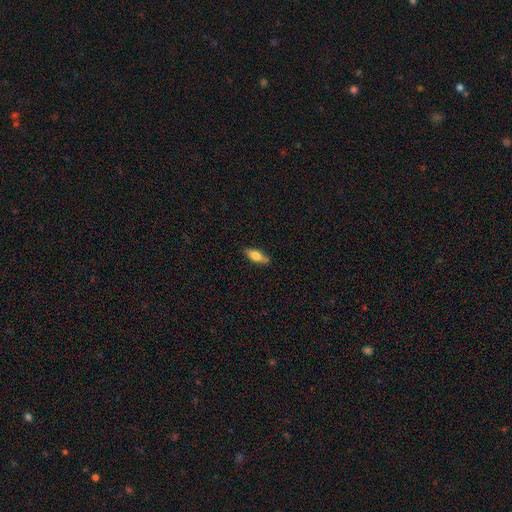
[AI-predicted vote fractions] This is likely a smooth galaxy (70%). How rounded: likely in between (63%). Merging: clearly none (82%).